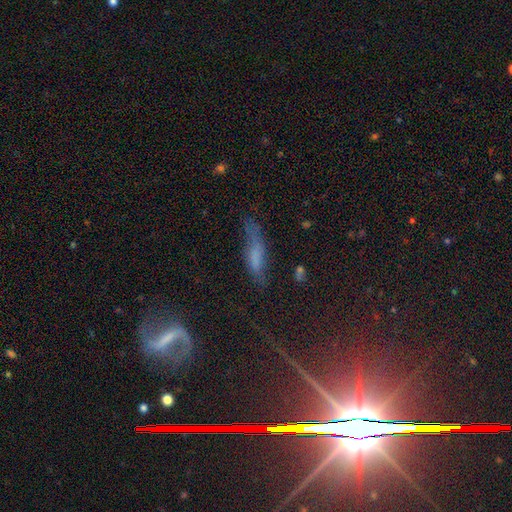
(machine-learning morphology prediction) Smooth or featured? smooth (49%)
Merging? none (50%)